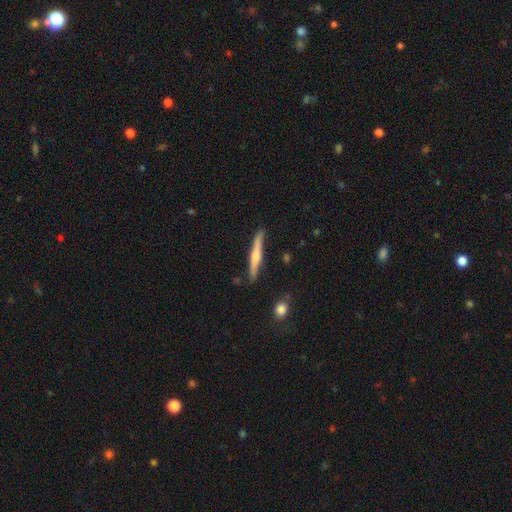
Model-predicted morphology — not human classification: Smooth or featured: featured or disk — 59% (smooth — 36%)
Edge-on disk: yes — 97% (no — 3%)
Edge-on bulge: rounded — 79% (none — 12%)
Merging: none — 88% (minor disturbance — 9%)